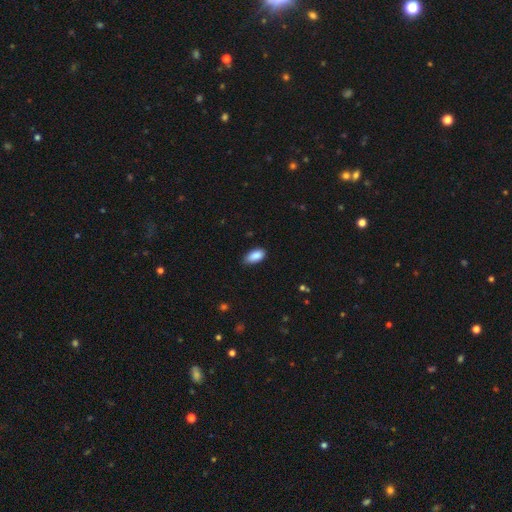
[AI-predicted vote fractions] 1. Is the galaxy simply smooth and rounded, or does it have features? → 88% smooth, 7% star or artifact, 5% featured or disk.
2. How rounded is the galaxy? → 93% in between, 5% cigar-shaped, 3% round.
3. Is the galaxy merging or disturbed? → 74% none, 23% minor disturbance, 3% major disturbance, 1% merger.